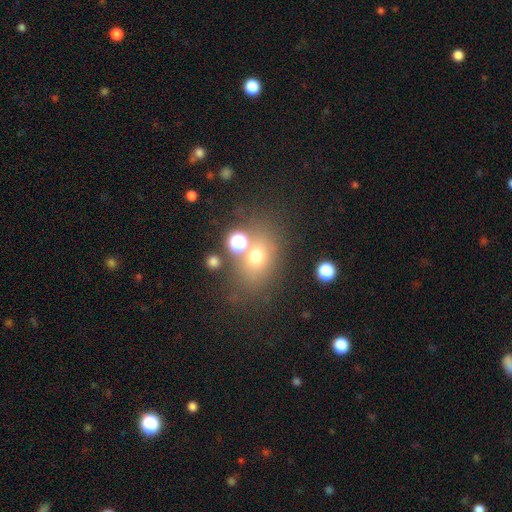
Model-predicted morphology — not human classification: Smooth or featured? smooth (65%)
How rounded? in between (52%)
Merging? none (62%)